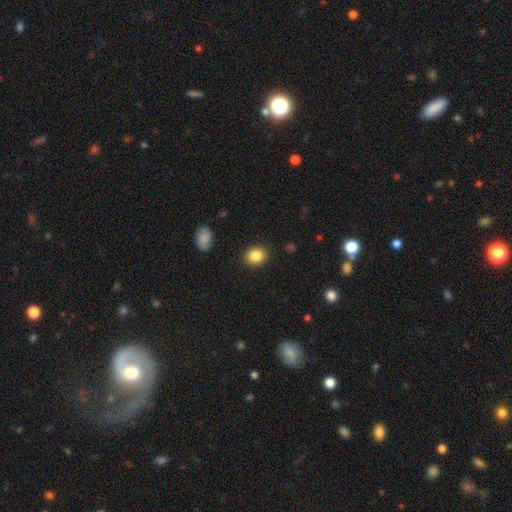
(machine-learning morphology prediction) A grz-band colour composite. It shows a smooth galaxy with no disk features (86%) that is round (64%). Merging: none (89%).